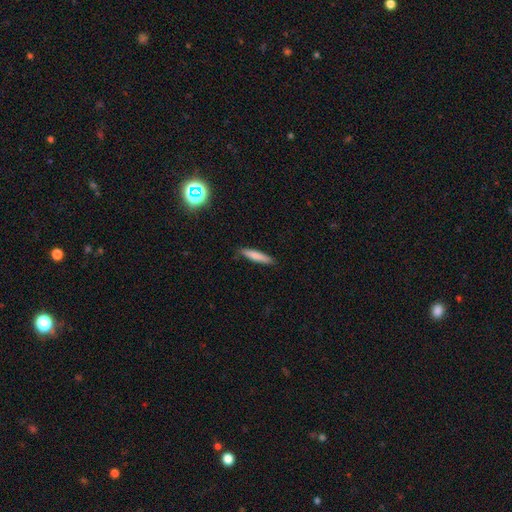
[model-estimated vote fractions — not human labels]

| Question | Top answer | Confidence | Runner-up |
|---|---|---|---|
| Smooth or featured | smooth | 78% | featured or disk (16%) |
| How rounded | cigar-shaped | 88% | in between (11%) |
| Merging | none | 88% | minor disturbance (9%) |